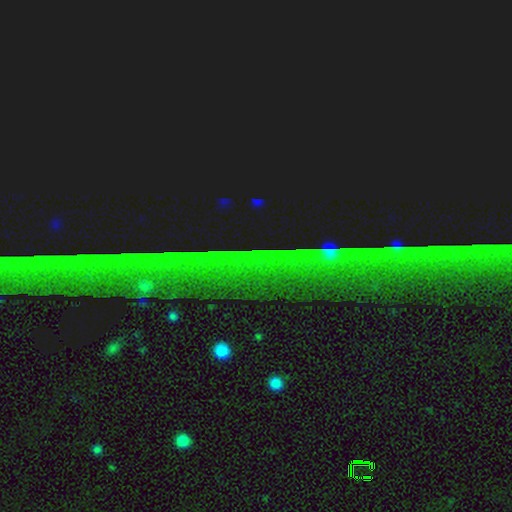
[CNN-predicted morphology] This is clearly a star or artifact rather than a galaxy (84%).